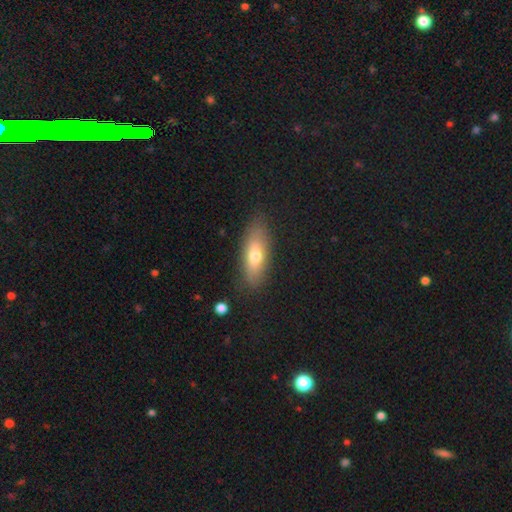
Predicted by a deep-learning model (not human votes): A smooth galaxy with no disk features (67%) that is in between round and cigar-shaped (66%). Merging: none (83%).